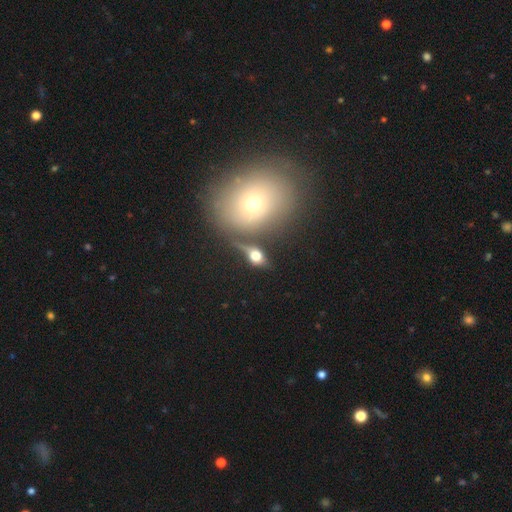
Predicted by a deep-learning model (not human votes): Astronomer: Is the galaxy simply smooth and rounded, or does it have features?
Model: smooth — 57%.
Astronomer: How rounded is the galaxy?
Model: in between — 59%.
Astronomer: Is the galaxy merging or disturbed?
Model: none — 51%.